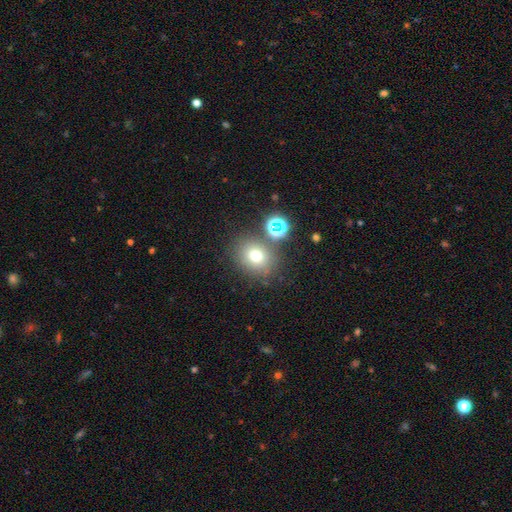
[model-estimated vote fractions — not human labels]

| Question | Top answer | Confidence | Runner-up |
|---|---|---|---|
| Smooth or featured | smooth | 69% | star or artifact (19%) |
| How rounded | round | 69% | in between (30%) |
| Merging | none | 74% | minor disturbance (11%) |